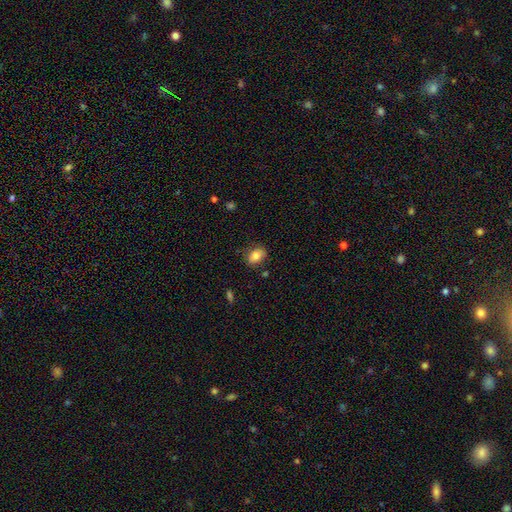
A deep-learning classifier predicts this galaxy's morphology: This appears to be a smooth galaxy with no disk features (80%) that is in between round and cigar-shaped (76%). Merging: none (78%).